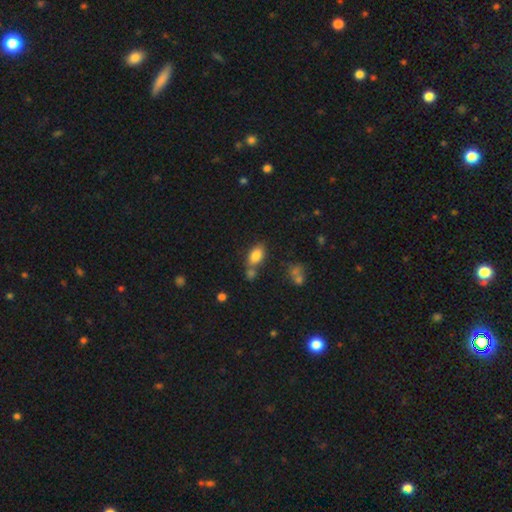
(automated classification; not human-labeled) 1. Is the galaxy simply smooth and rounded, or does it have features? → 83% smooth, 9% star or artifact, 8% featured or disk.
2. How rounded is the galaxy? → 89% in between, 8% round, 3% cigar-shaped.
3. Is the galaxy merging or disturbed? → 58% none, 23% merger, 14% minor disturbance, 4% major disturbance.